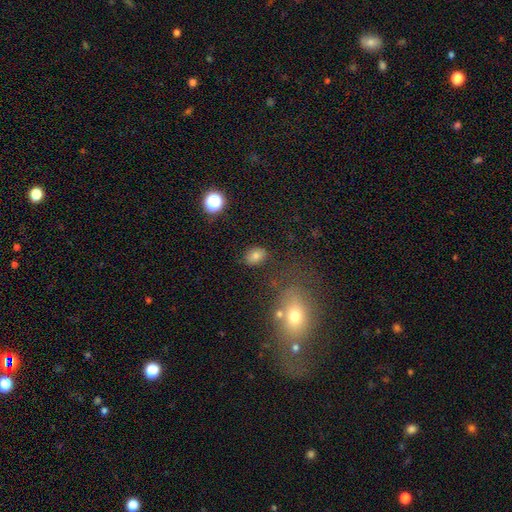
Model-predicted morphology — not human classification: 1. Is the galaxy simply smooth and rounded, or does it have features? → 76% smooth, 14% star or artifact, 10% featured or disk.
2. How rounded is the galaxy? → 76% in between, 23% round, 1% cigar-shaped.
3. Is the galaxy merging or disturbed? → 79% none, 13% minor disturbance, 4% major disturbance, 4% merger.